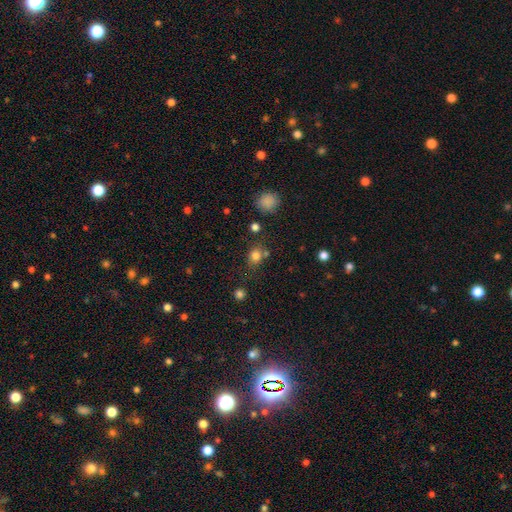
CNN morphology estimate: A smooth galaxy with no disk features (78%) that is round (71%).

Vote fractions:
- Smooth or featured? smooth: 78% / star or artifact: 15% / featured or disk: 7%
- How rounded? round: 71% / in between: 28% / cigar-shaped: 1%
- Merging? none: 65% / minor disturbance: 15% / merger: 14% / major disturbance: 6%